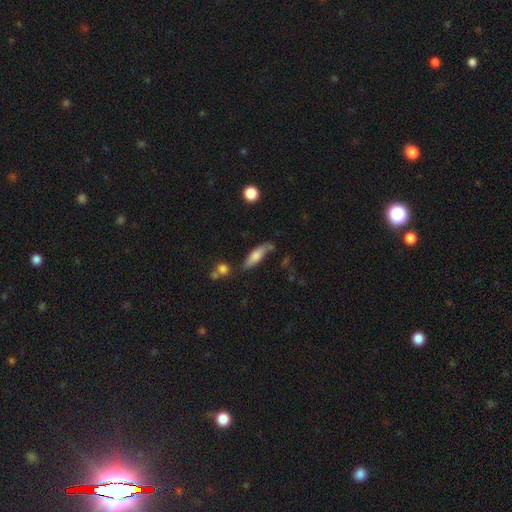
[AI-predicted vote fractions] Overall: smooth (65%; featured or disk 28%). How rounded: cigar-shaped (51%; in between 46%). Merging: none (56%; minor disturbance 26%).